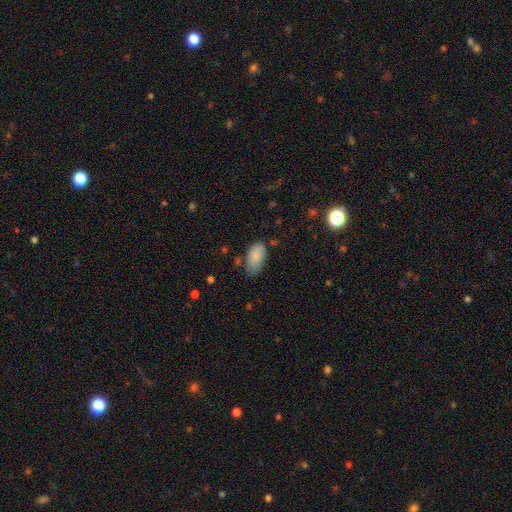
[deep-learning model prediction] smooth-or-featured: smooth: 87% | star or artifact: 7% | featured or disk: 6%
  how-rounded: in between: 94% | round: 3% | cigar-shaped: 3%
  merging: none: 59% | minor disturbance: 32% | major disturbance: 7% | merger: 3%